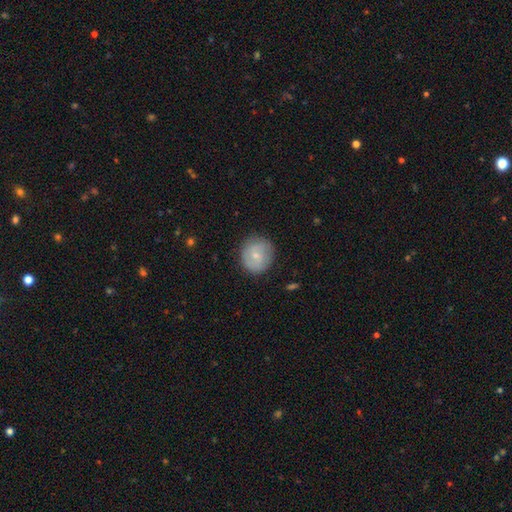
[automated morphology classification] smooth 59%, featured or disk 34%, star or artifact 7%. Down the decision tree: how rounded — round (87%); merging — none (83%).